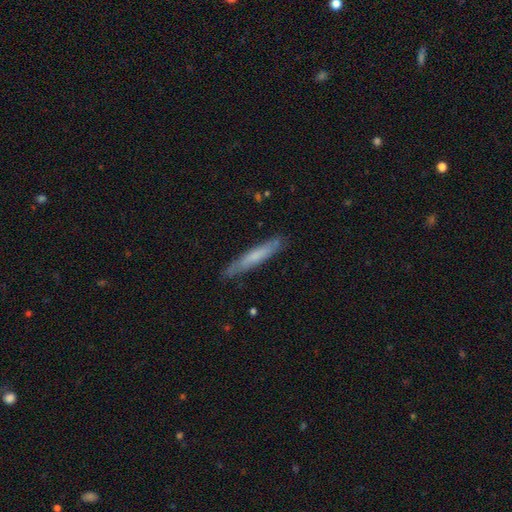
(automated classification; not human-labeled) The model was most divided on "smooth or featured": smooth: 57%, featured or disk: 37%, star or artifact: 6%. More confident: how rounded — cigar-shaped (93%); merging — none (84%).